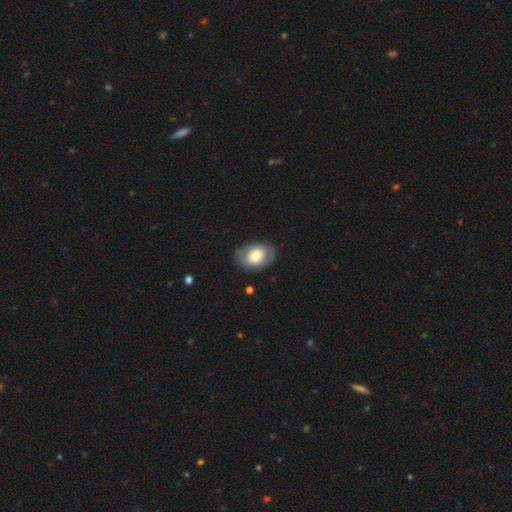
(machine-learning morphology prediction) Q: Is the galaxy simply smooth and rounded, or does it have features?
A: smooth — 66%.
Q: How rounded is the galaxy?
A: in between — 77%.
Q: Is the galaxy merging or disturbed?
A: none — 79%.